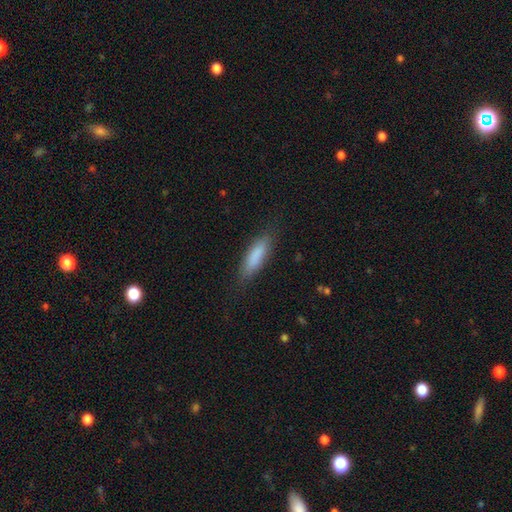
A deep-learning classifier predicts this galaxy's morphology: Smooth or featured?
  - smooth: 84% *
  - featured or disk: 9%
  - star or artifact: 7%
How rounded?
  - cigar-shaped: 55% *
  - in between: 43%
  - round: 2%
Merging?
  - none: 83% *
  - minor disturbance: 12%
  - major disturbance: 3%
  - merger: 1%